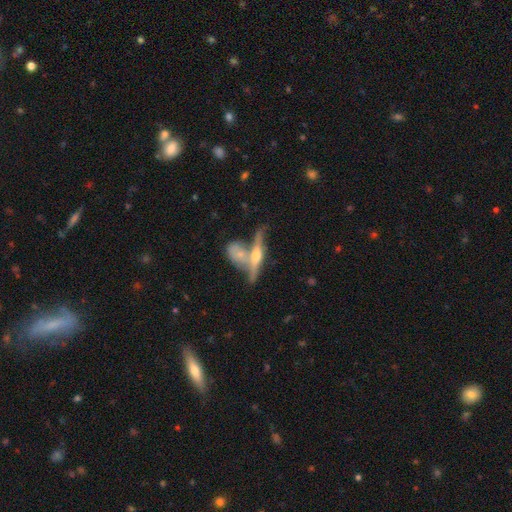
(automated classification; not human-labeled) smooth-or-featured: featured or disk: 69% | smooth: 24% | star or artifact: 7%
  disk-edge-on: yes: 89% | no: 11%
    edge-on-bulge: rounded: 88% | boxy: 6% | none: 5%
  merging: none: 45% | merger: 37% | minor disturbance: 12% | major disturbance: 6%